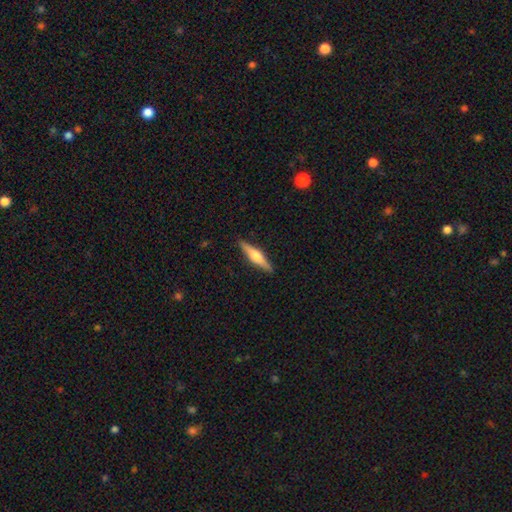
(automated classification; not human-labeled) A featured or disk galaxy (56%) viewed edge-on (97%) with a rounded central bulge (84%). Merging: none (90%).